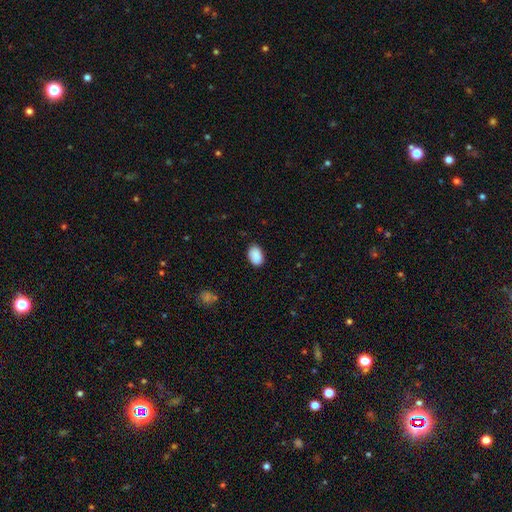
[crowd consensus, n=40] Volunteers were most divided on "merging": none: 64%, minor disturbance: 19%, merger: 11%, major disturbance: 6%. More confident: smooth or featured — smooth (85%); how rounded — in between (79%).